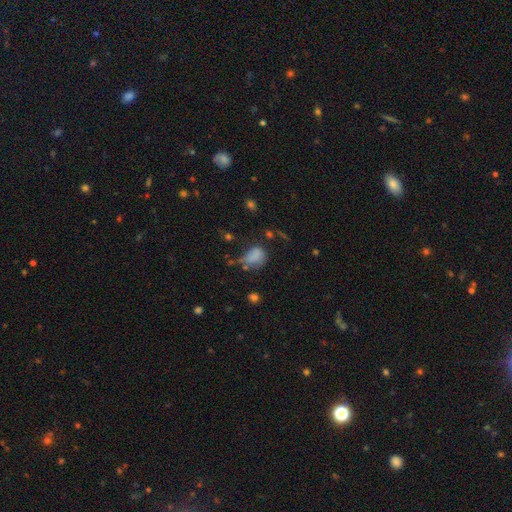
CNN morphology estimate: Smooth or featured? smooth (74%)
How rounded? in between (68%)
Merging? none (33%)